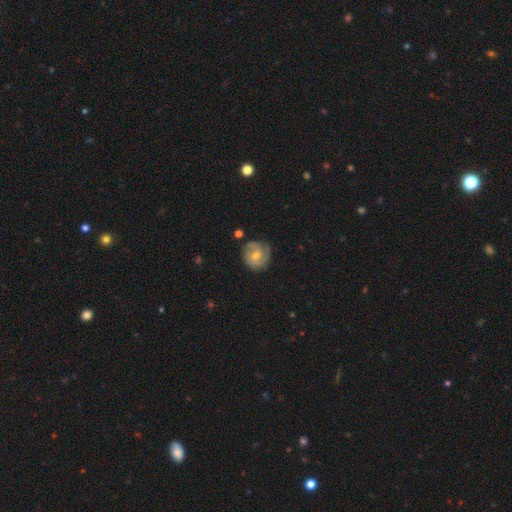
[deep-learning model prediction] This is likely a featured or disk galaxy (63%). It is clearly not viewed edge-on (98%). Bar: likely no (74%). Spiral arm pattern: clearly yes (83%). Spiral arm count: marginally 2 (34%). Spiral winding: likely tight (61%). Central bulge: possibly moderate (60%). Merging: likely none (70%).